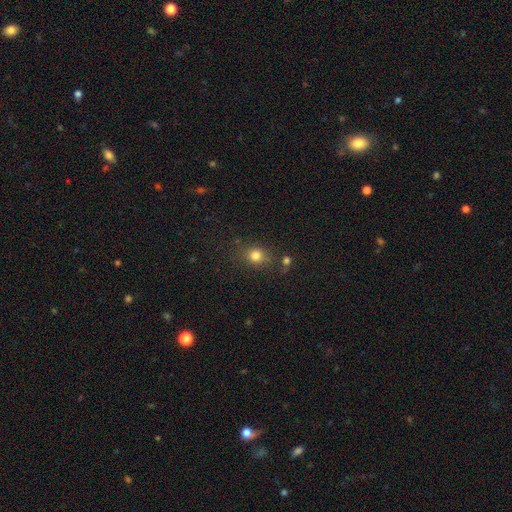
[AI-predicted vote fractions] smooth-or-featured: smooth: 79% | star or artifact: 14% | featured or disk: 7%
  how-rounded: round: 78% | in between: 21% | cigar-shaped: 1%
  merging: none: 75% | minor disturbance: 13% | merger: 7% | major disturbance: 5%